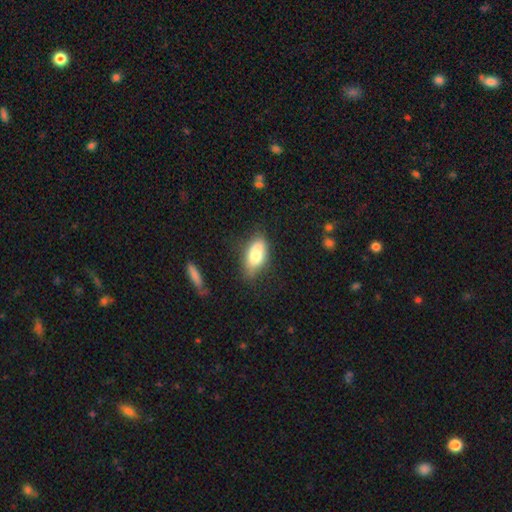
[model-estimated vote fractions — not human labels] A smooth galaxy with no disk features (76%) that is in between round and cigar-shaped (89%).

Vote fractions:
- Smooth or featured? smooth: 76% / featured or disk: 17% / star or artifact: 7%
- How rounded? in between: 89% / cigar-shaped: 7% / round: 4%
- Merging? none: 67% / minor disturbance: 24% / major disturbance: 6% / merger: 3%